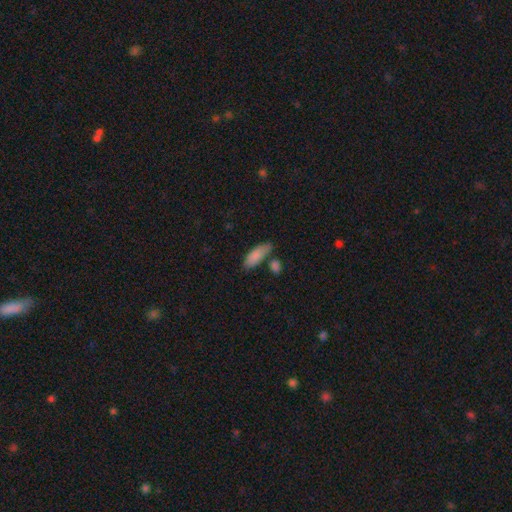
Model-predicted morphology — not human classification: Smooth or featured? Predicted: smooth (p=0.85). How rounded? Predicted: in between (p=0.72). Merging? Predicted: none (p=0.59).